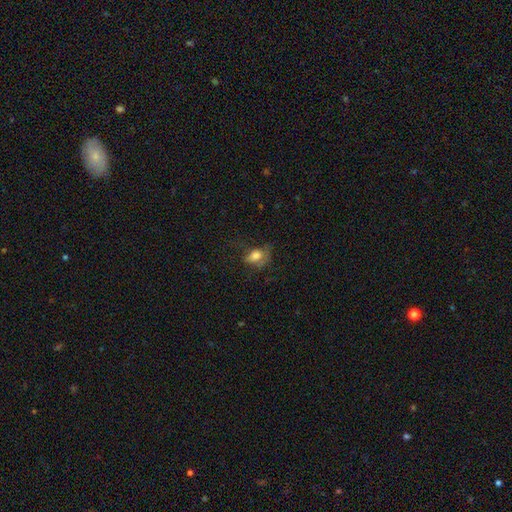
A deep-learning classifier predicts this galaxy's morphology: The model was most divided on "merging": none: 41%, major disturbance: 29%, minor disturbance: 28%, merger: 2%. More confident: how rounded — in between (74%); smooth or featured — smooth (74%).